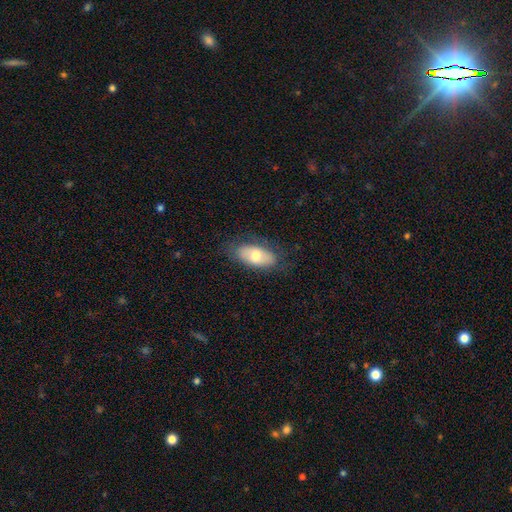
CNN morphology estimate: Overall: smooth (65%; featured or disk 28%). How rounded: in between (91%). Merging: none (77%).